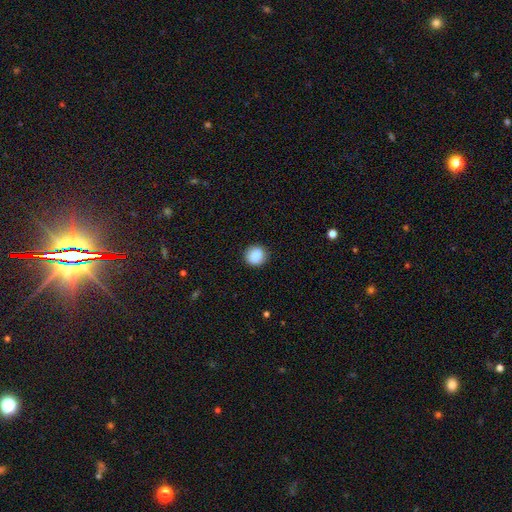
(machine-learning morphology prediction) Smooth or featured?
  - smooth: 85% *
  - star or artifact: 8%
  - featured or disk: 6%
How rounded?
  - round: 83% *
  - in between: 16%
  - cigar-shaped: 1%
Merging?
  - none: 87% *
  - minor disturbance: 9%
  - major disturbance: 2%
  - merger: 1%